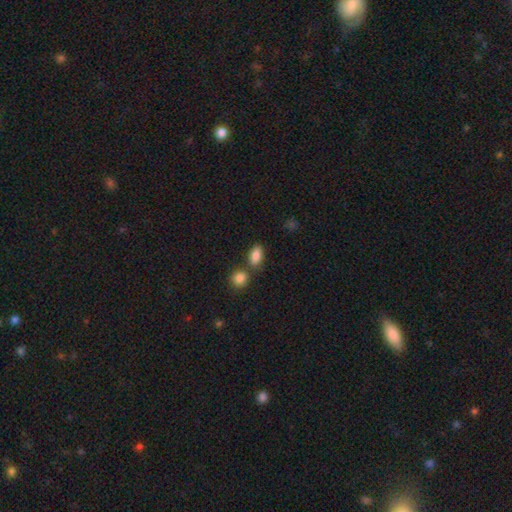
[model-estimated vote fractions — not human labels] Smooth or featured: smooth — 87% (star or artifact — 9%)
How rounded: in between — 87% (round — 9%)
Merging: none — 64% (merger — 20%)